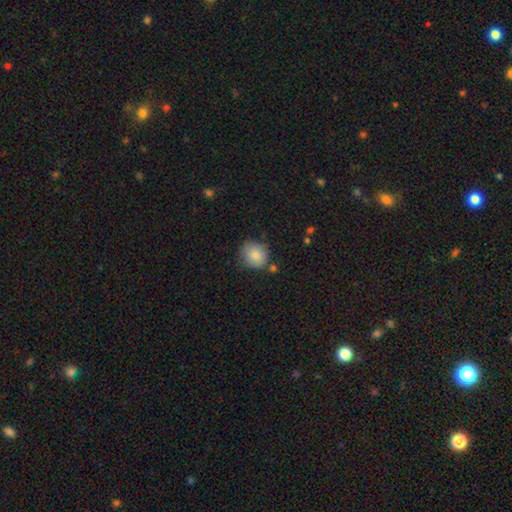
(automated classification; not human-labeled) Morphology: type=smooth (85%); roundness=round (83%); merging=none (72%).